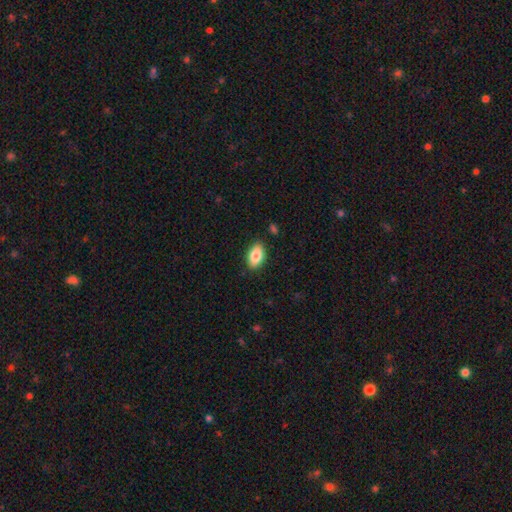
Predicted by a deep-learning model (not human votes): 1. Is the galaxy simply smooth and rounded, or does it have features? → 84% smooth, 9% featured or disk, 7% star or artifact.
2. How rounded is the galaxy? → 92% in between, 6% round, 2% cigar-shaped.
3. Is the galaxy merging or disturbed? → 87% none, 9% minor disturbance, 2% major disturbance, 1% merger.